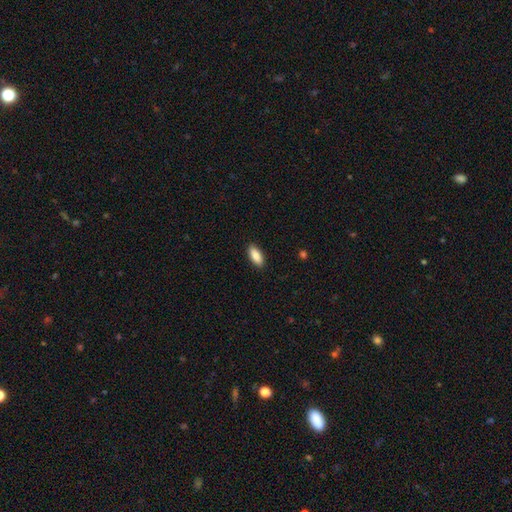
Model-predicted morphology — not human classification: smooth_or_featured: smooth (p=0.88) [alt: star or artifact p=0.06]
how_rounded: in between (p=0.84) [alt: cigar-shaped p=0.14]
merging: none (p=0.89) [alt: minor disturbance p=0.08]